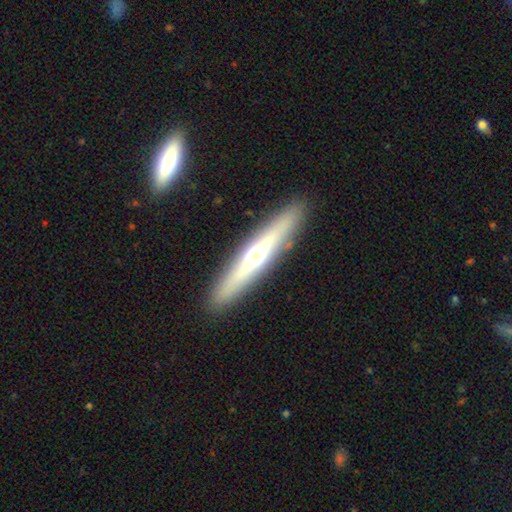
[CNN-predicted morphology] featured or disk 55%, smooth 40%, star or artifact 6%. Down the decision tree: edge-on disk — yes (92%); edge-on bulge — rounded (82%); merging — none (90%).